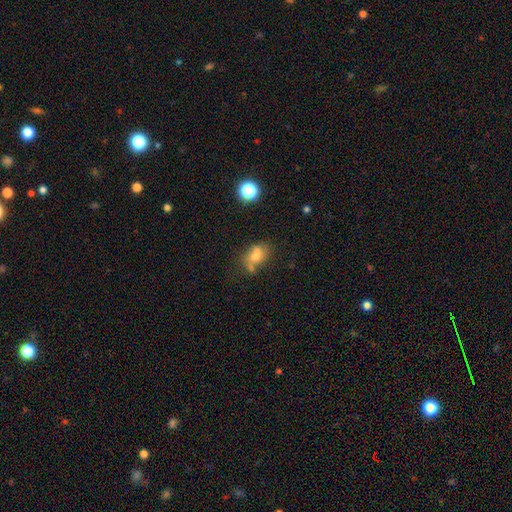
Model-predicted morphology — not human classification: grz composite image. It shows a smooth galaxy with no disk features (60%) that is in between round and cigar-shaped (60%). Merging: none (41%).